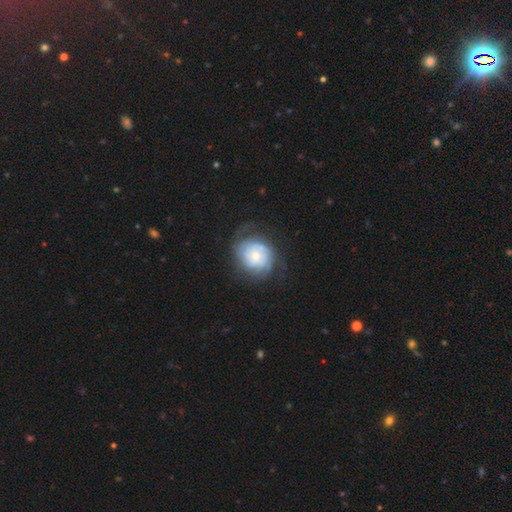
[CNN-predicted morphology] Q: Smooth or featured?
A: featured or disk (63%); runner-up: smooth (31%)
Q: Edge-on disk?
A: no (97%); runner-up: yes (3%)
Q: Bar?
A: no (81%); runner-up: weak (16%)
Q: Spiral arms?
A: yes (79%); runner-up: no (21%)
Q: Bulge size?
A: small (52%); runner-up: moderate (38%)
Q: Merging?
A: none (56%); runner-up: minor disturbance (22%)